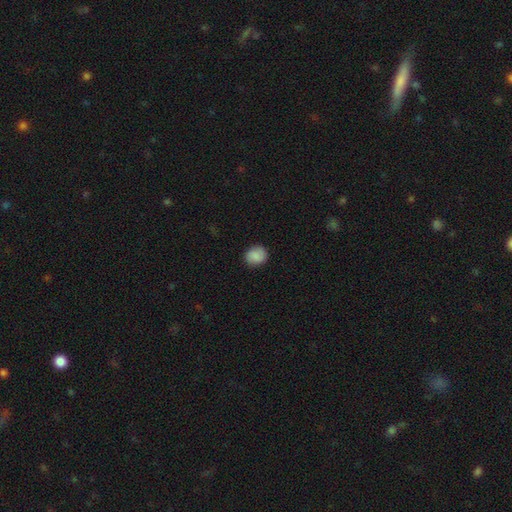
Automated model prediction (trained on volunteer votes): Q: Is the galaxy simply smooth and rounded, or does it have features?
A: smooth — 88%.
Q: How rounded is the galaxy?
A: round — 72%.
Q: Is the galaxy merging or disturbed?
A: none — 87%.